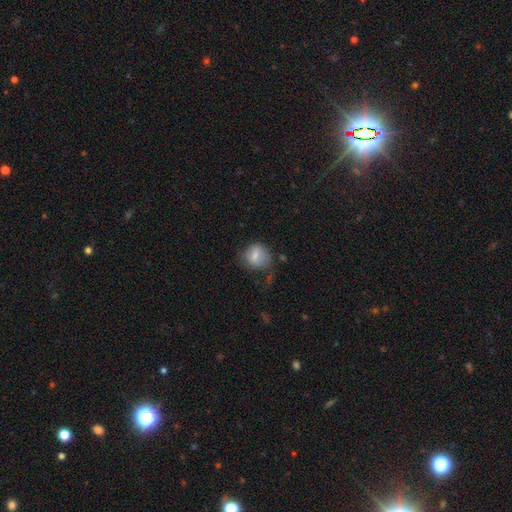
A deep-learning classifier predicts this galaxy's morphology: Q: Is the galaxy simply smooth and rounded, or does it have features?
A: smooth — 76%.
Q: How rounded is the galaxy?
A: round — 73%.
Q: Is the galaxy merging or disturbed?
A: none — 56%.